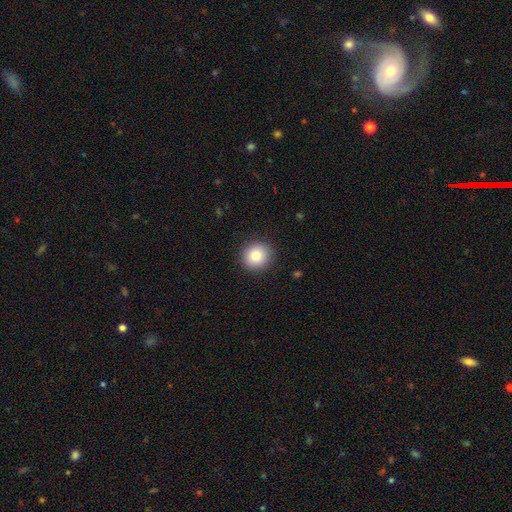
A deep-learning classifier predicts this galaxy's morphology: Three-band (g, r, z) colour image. It shows a smooth galaxy with no disk features (82%) that is round (92%). Merging: none (90%).